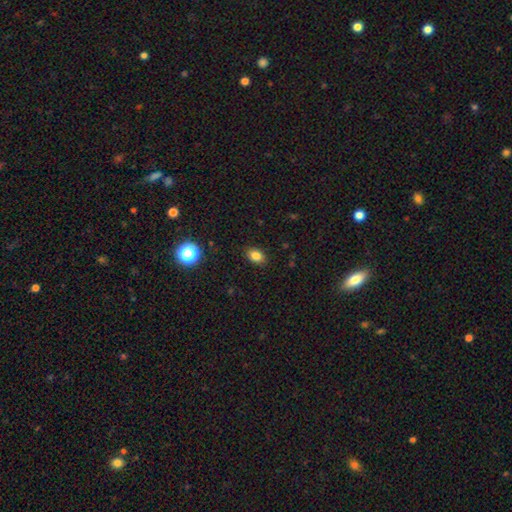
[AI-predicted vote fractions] A smooth galaxy with no disk features (82%) that is in between round and cigar-shaped (75%).

Vote fractions:
- Smooth or featured? smooth: 82% / star or artifact: 12% / featured or disk: 6%
- How rounded? in between: 75% / round: 24% / cigar-shaped: 1%
- Merging? none: 88% / minor disturbance: 8% / major disturbance: 2% / merger: 1%